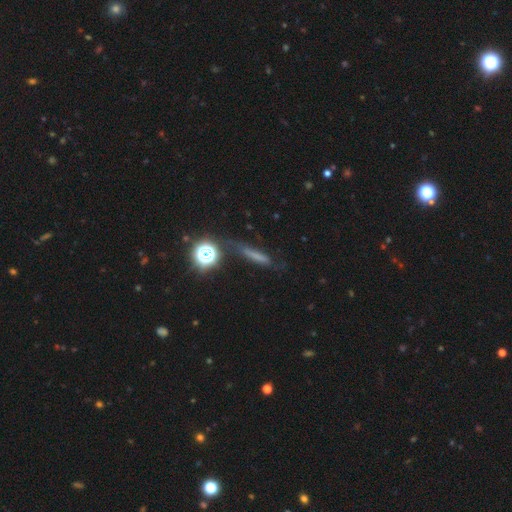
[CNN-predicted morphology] Overall: smooth (56%; featured or disk 23%). How rounded: cigar-shaped (79%). Merging: none (69%).